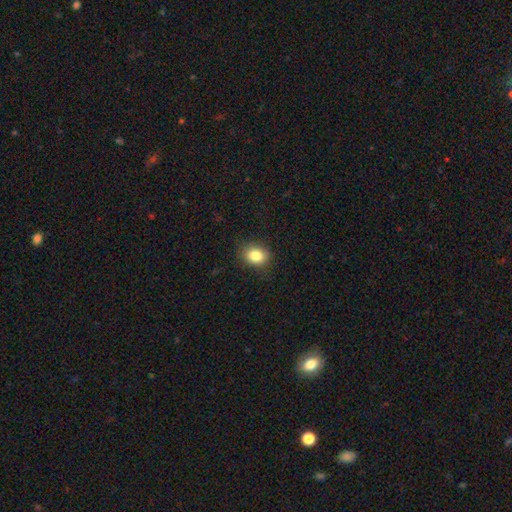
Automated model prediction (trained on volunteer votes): Smooth or featured: smooth — 84% (star or artifact — 10%)
How rounded: in between — 55% (round — 44%)
Merging: none — 85% (minor disturbance — 11%)